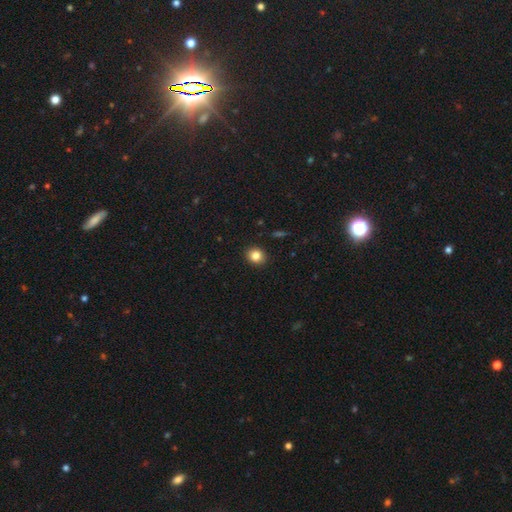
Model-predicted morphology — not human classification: A smooth galaxy with no disk features (84%) that is round (73%). Merging: none (91%).